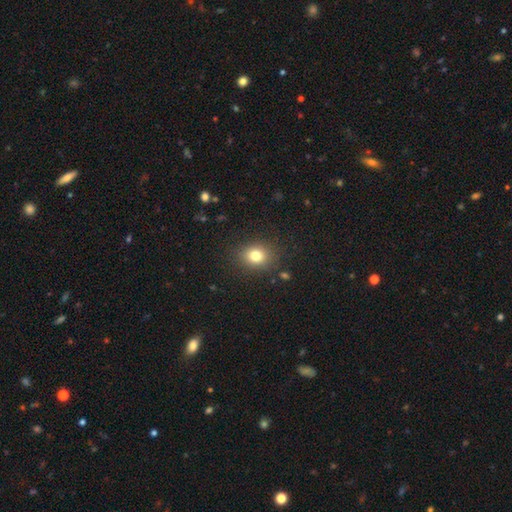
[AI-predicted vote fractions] A smooth galaxy with no disk features (79%) that is round (61%). Merging: none (86%).